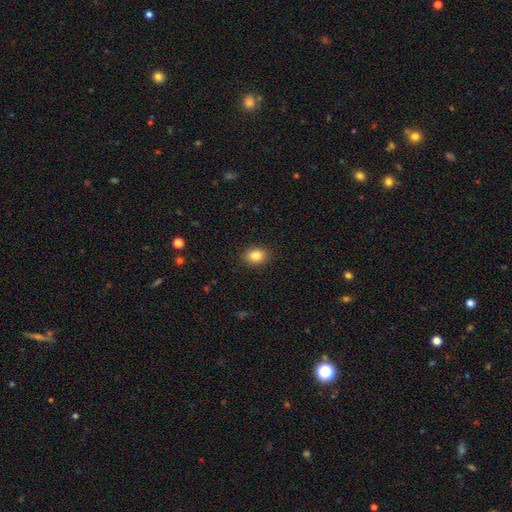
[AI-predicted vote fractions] Smooth or featured? smooth (85%)
How rounded? in between (64%)
Merging? none (89%)